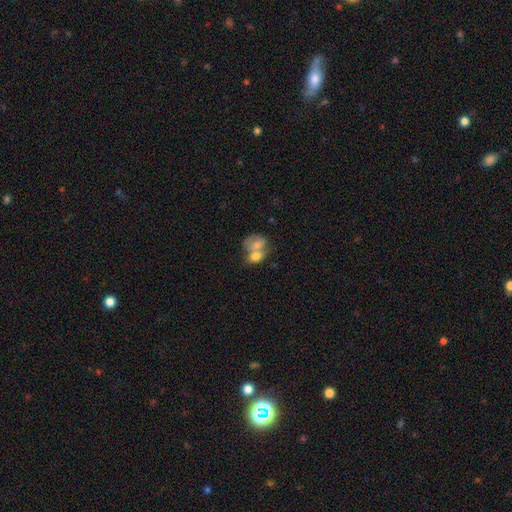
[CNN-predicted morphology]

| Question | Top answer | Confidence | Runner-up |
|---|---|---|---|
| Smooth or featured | smooth | 69% | featured or disk (24%) |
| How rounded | in between | 63% | round (35%) |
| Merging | merger | 68% | none (19%) |